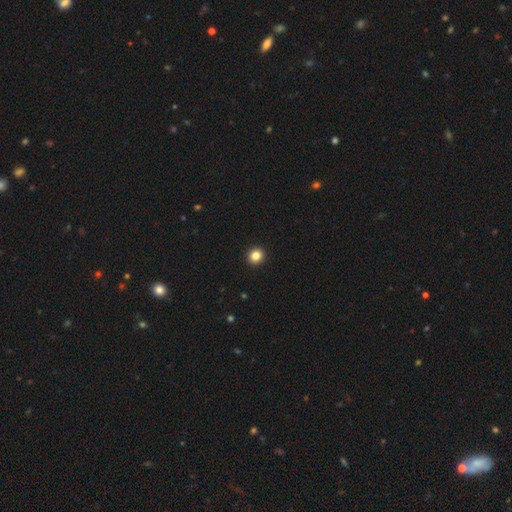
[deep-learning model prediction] A smooth galaxy with no disk features (84%) that is round (91%).

Vote fractions:
- Smooth or featured? smooth: 84% / star or artifact: 11% / featured or disk: 4%
- How rounded? round: 91% / in between: 8% / cigar-shaped: 1%
- Merging? none: 94% / minor disturbance: 4% / major disturbance: 1% / merger: 1%